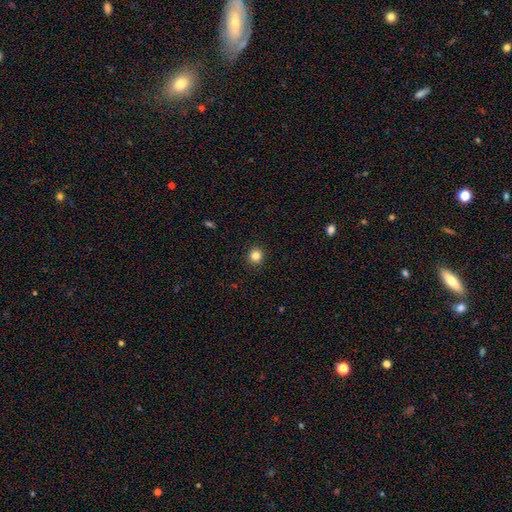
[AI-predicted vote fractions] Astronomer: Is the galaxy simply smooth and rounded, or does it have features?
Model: smooth — 83%.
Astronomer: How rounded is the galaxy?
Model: round — 93%.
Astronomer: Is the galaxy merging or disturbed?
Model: none — 93%.